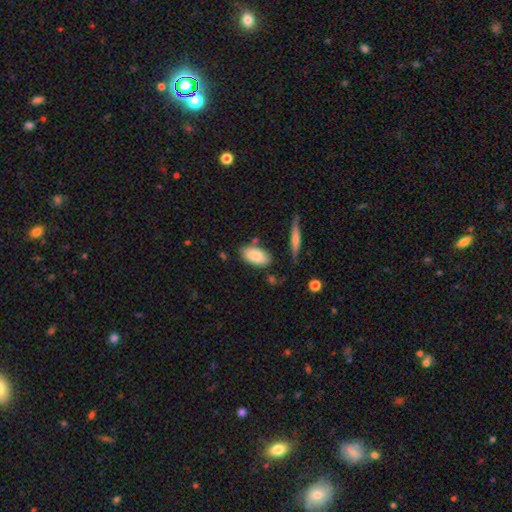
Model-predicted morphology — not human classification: smooth_or_featured: smooth (p=0.82) [alt: featured or disk p=0.11]
how_rounded: in between (p=0.92) [alt: cigar-shaped p=0.05]
merging: none (p=0.71) [alt: minor disturbance p=0.18]